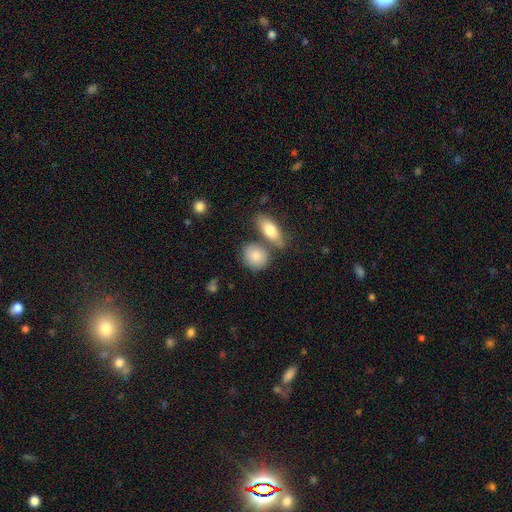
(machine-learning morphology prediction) The model was most divided on "how rounded": round: 54%, in between: 43%, cigar-shaped: 3%. More confident: smooth or featured — smooth (83%); merging — none (60%).